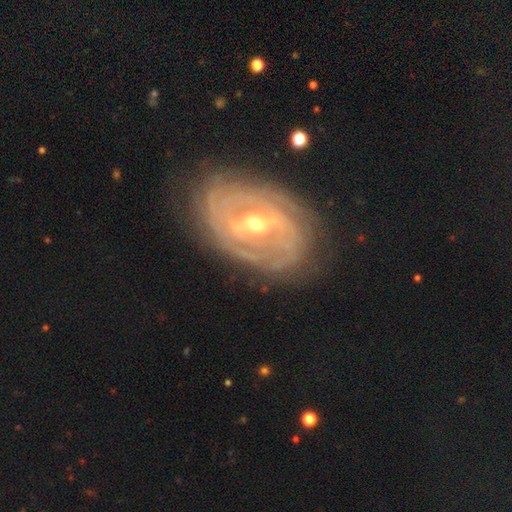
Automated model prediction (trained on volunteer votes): smooth_or_featured: featured or disk (p=0.84) [alt: star or artifact p=0.08]
disk_edge_on: no (p=0.95) [alt: yes p=0.05]
bar: strong (p=0.48) [alt: weak p=0.38]
has_spiral_arms: yes (p=0.91) [alt: no p=0.09]
spiral_winding: tight (p=0.57) [alt: medium p=0.31]
spiral_arm_count: 2 (p=0.49) [alt: can't tell p=0.26]
bulge_size: moderate (p=0.55) [alt: small p=0.40]
merging: none (p=0.79) [alt: minor disturbance p=0.14]